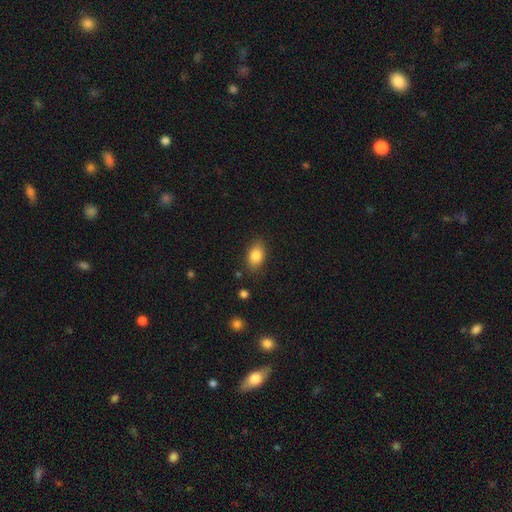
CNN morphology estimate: A smooth galaxy with no disk features (84%) that is in between round and cigar-shaped (86%).

Vote fractions:
- Smooth or featured? smooth: 84% / featured or disk: 8% / star or artifact: 8%
- How rounded? in between: 86% / round: 12% / cigar-shaped: 2%
- Merging? none: 84% / minor disturbance: 12% / major disturbance: 3% / merger: 2%